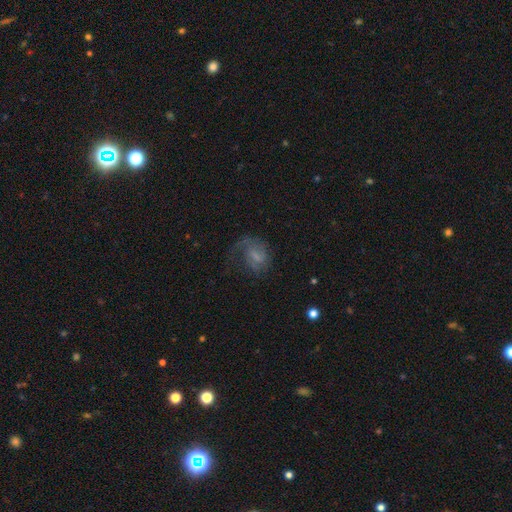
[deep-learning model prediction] Smooth or featured?
  - featured or disk: 61% *
  - smooth: 29%
  - star or artifact: 10%
Edge-on disk?
  - no: 97% *
  - yes: 3%
Bar?
  - weak: 49% *
  - no: 36%
  - strong: 14%
Spiral arms?
  - yes: 83% *
  - no: 17%
Bulge size?
  - none: 40% *
  - small: 31%
  - moderate: 21%
  - large: 6%
  - dominant: 2%
Merging?
  - none: 43% *
  - major disturbance: 34%
  - minor disturbance: 21%
  - merger: 2%